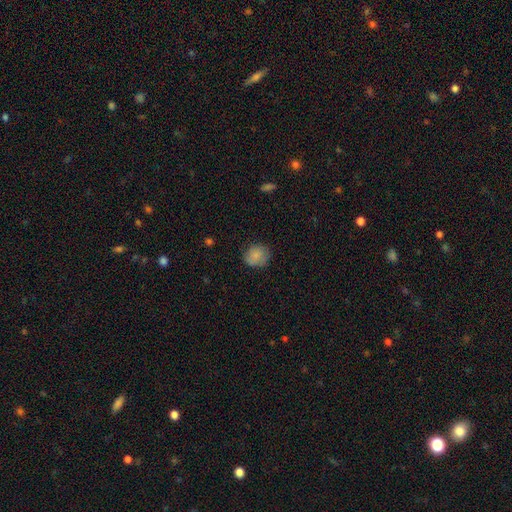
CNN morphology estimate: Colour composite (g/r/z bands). It shows a smooth galaxy with no disk features (83%) that is round (76%). Merging: none (75%).